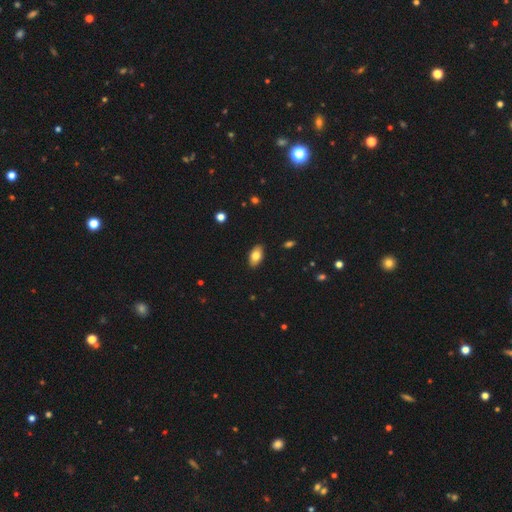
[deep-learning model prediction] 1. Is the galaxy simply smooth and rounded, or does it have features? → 79% smooth, 13% featured or disk, 7% star or artifact.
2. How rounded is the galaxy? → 92% in between, 5% round, 3% cigar-shaped.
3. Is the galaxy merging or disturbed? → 88% none, 9% minor disturbance, 2% major disturbance, 1% merger.